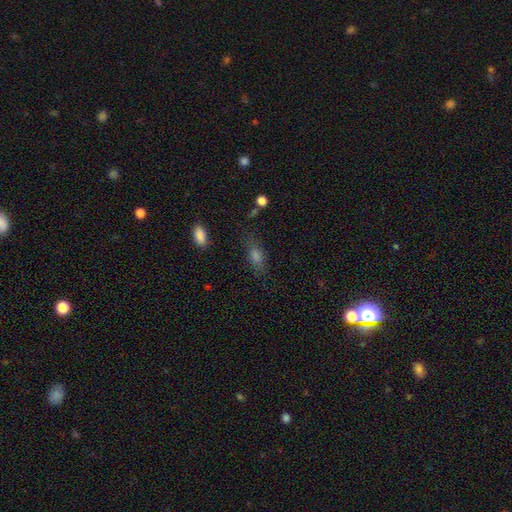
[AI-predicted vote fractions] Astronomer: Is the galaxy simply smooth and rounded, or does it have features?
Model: smooth — 65%.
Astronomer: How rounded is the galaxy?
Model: in between — 68%.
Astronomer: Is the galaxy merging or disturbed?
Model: none — 74%.